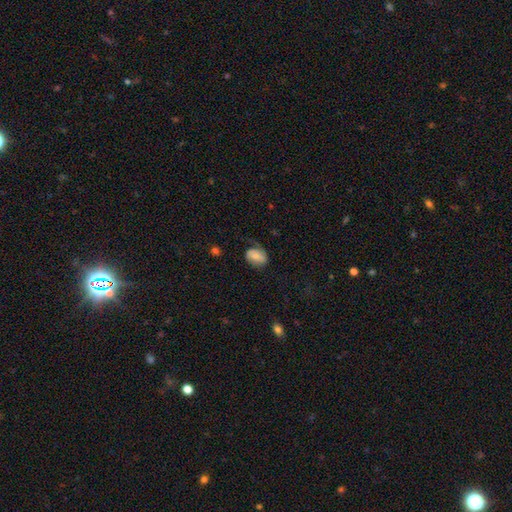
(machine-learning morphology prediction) A smooth galaxy with no disk features (61%) that is in between round and cigar-shaped (77%). Merging: none (53%).